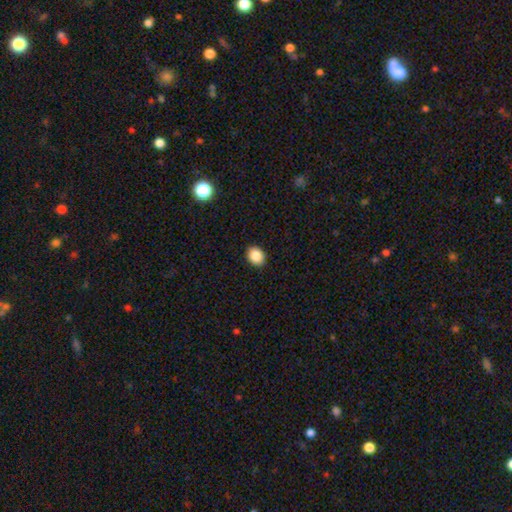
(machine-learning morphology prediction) smooth-or-featured: smooth: 87% | star or artifact: 9% | featured or disk: 4%
  how-rounded: in between: 52% | round: 47% | cigar-shaped: 1%
  merging: none: 90% | minor disturbance: 7% | major disturbance: 2% | merger: 1%